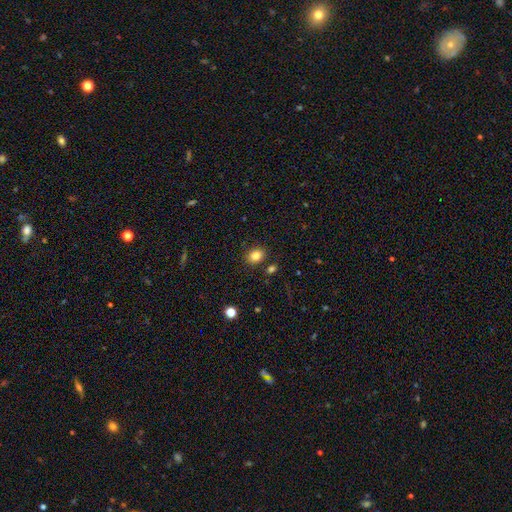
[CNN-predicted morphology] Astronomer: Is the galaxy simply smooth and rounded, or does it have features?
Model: smooth — 83%.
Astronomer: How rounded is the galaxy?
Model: in between — 50% (runner-up: round, 49%).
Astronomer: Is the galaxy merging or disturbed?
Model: none — 85%.